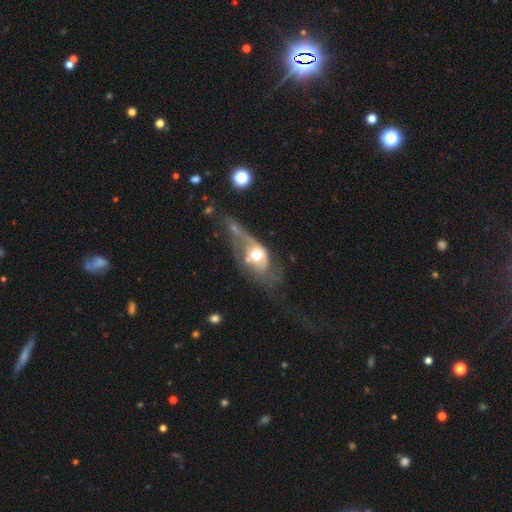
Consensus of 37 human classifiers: Morphology: type=featured or disk (70%); edge-on=no (88%); bar=no (70%); spiral arms=no (70%); bulge=moderate (65%); merging=major disturbance (47%).